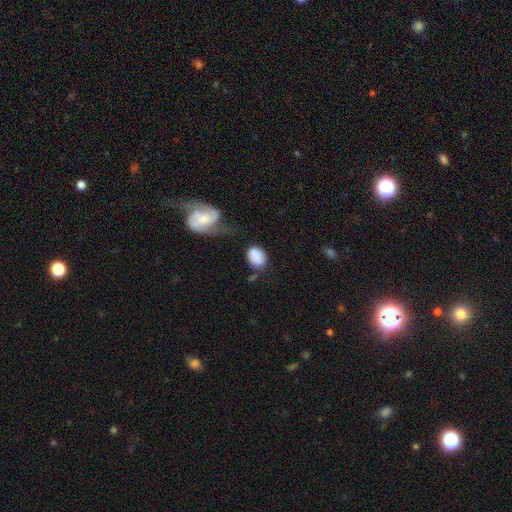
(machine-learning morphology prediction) Smooth or featured? Predicted: smooth (p=0.81). How rounded? Predicted: in between (p=0.61). Merging? Predicted: none (p=0.48).